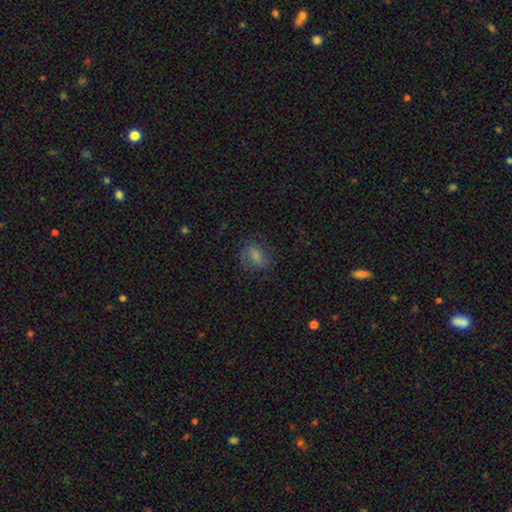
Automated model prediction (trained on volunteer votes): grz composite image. It shows a smooth galaxy with no disk features (70%) that is in between round and cigar-shaped (58%). Merging: none (70%).